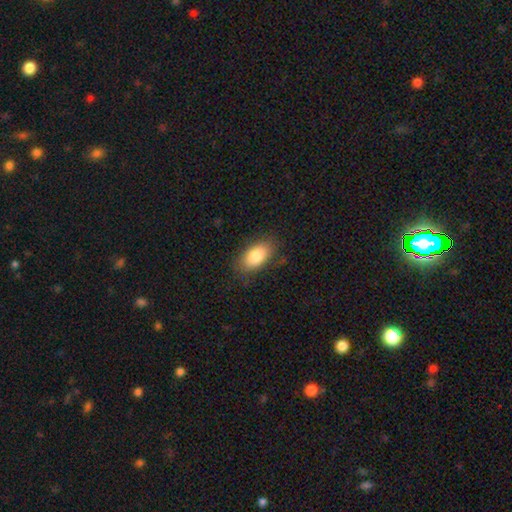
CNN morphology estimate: Smooth or featured? smooth (82%)
How rounded? in between (92%)
Merging? none (82%)